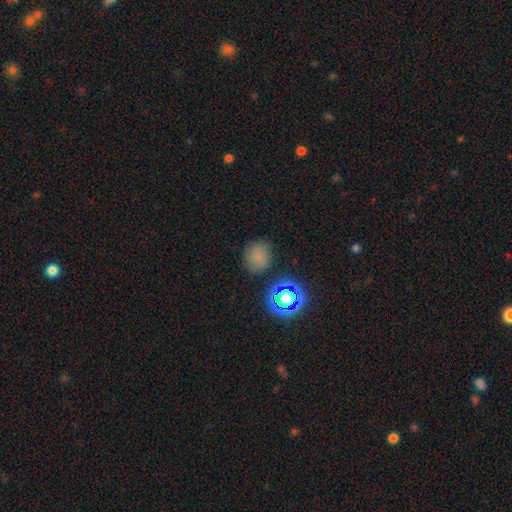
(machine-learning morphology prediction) Overall: smooth (66%). How rounded: round (80%). Merging: none (79%).